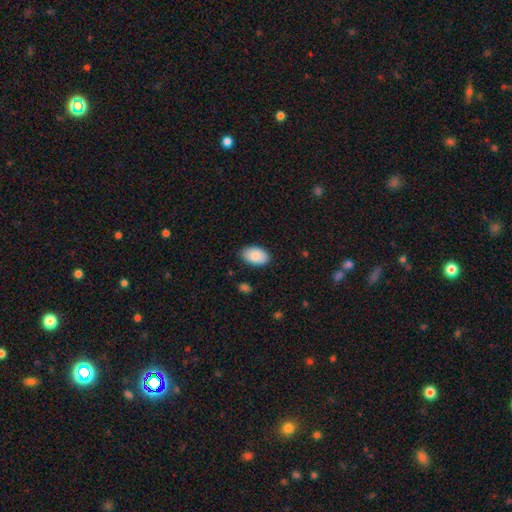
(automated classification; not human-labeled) Smooth or featured? smooth (89%)
How rounded? in between (94%)
Merging? none (87%)